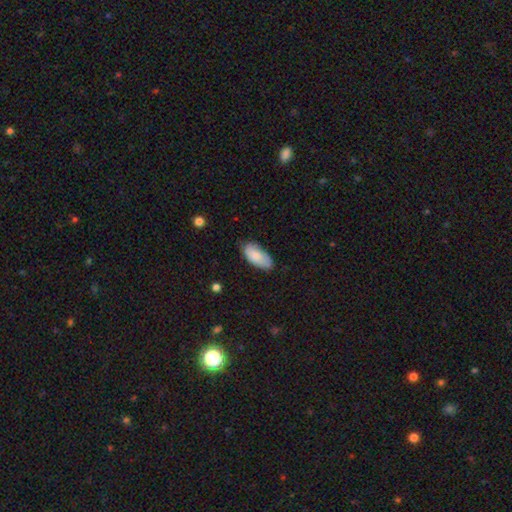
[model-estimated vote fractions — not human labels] Smooth or featured?
  - smooth: 82% *
  - featured or disk: 12%
  - star or artifact: 6%
How rounded?
  - in between: 92% *
  - cigar-shaped: 6%
  - round: 2%
Merging?
  - none: 70% *
  - minor disturbance: 24%
  - major disturbance: 4%
  - merger: 1%